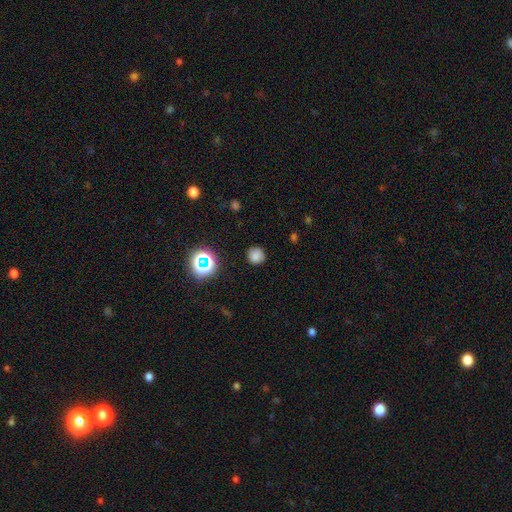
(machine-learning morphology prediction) Smooth or featured? smooth (76%)
How rounded? round (92%)
Merging? none (86%)